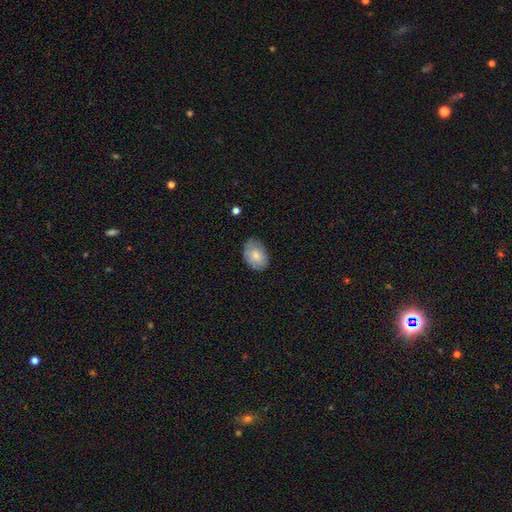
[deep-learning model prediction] Smooth or featured: smooth — 79% (featured or disk — 15%)
How rounded: in between — 82% (round — 17%)
Merging: none — 72% (minor disturbance — 22%)